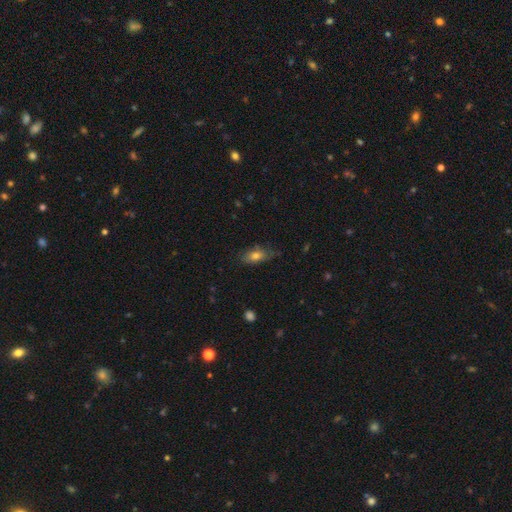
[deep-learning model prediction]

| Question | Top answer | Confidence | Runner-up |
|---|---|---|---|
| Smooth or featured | smooth | 75% | featured or disk (17%) |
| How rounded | in between | 84% | cigar-shaped (11%) |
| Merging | none | 64% | minor disturbance (27%) |